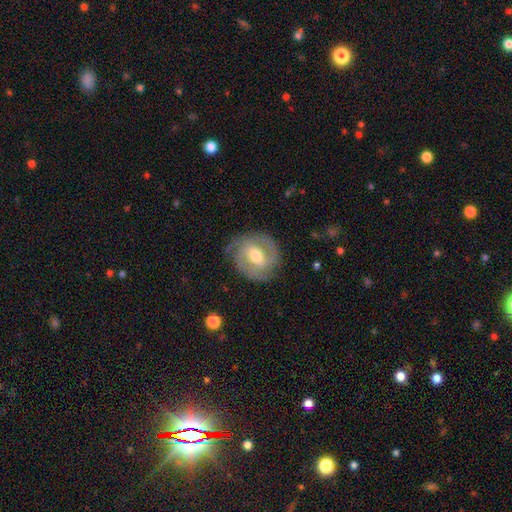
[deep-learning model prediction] featured or disk 79%, smooth 16%, star or artifact 6%. Down the decision tree: edge-on disk — no (97%); bar — weak (48%); spiral arms — yes (91%); spiral arm count — 2 (62%); spiral winding — tight (54%); bulge size — moderate (73%); merging — none (78%).